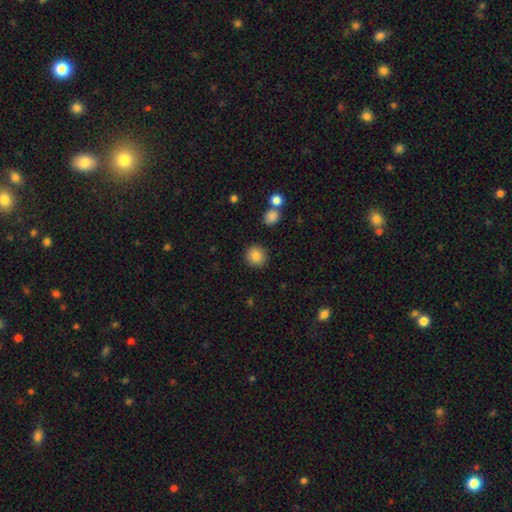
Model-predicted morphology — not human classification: Overall: smooth (85%). How rounded: round (92%). Merging: none (90%).